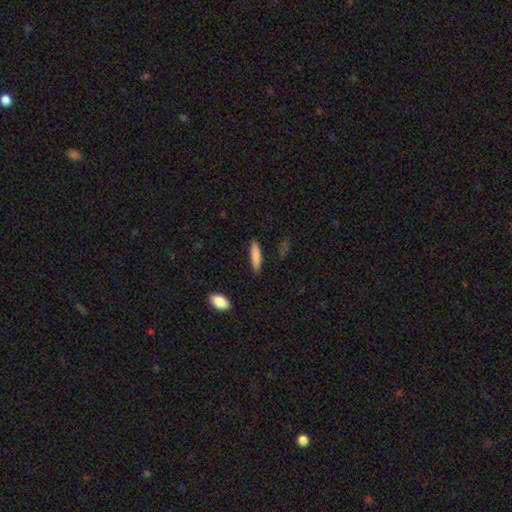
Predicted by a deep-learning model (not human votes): Smooth or featured: smooth — 83% (featured or disk — 11%)
How rounded: cigar-shaped — 79% (in between — 19%)
Merging: none — 86% (minor disturbance — 10%)